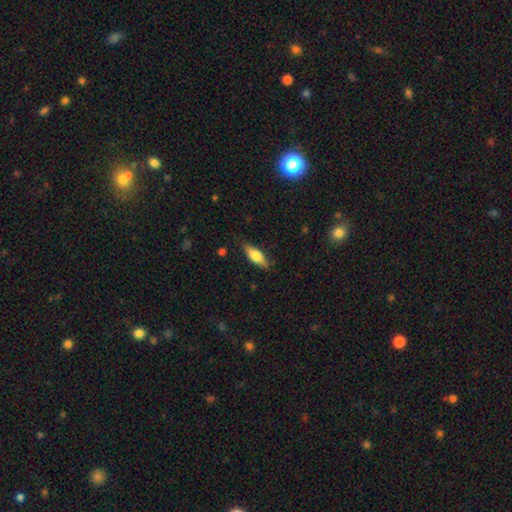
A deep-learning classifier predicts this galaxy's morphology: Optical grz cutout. It shows a smooth galaxy with no disk features (69%) that is in between round and cigar-shaped (65%). Merging: none (81%).